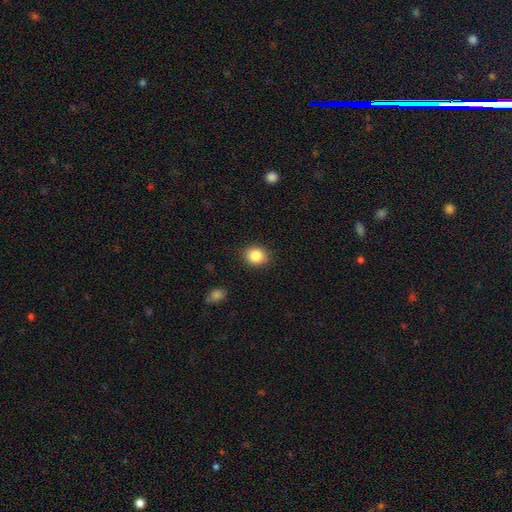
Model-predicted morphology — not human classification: smooth 86%, star or artifact 9%, featured or disk 5%. Down the decision tree: how rounded — round (70%); merging — none (89%).